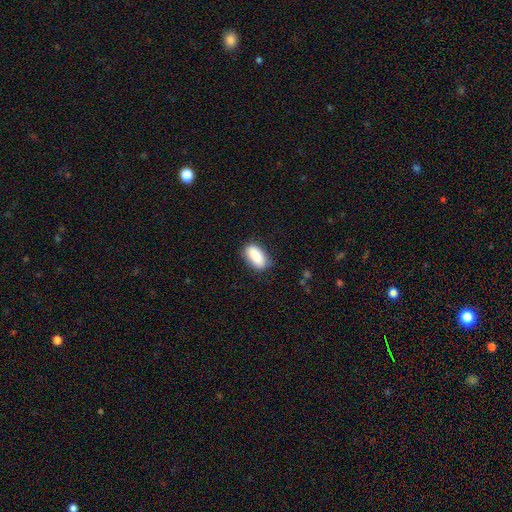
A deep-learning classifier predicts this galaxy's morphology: Smooth or featured: smooth — 86% (featured or disk — 7%)
How rounded: in between — 87% (cigar-shaped — 9%)
Merging: none — 80% (minor disturbance — 15%)